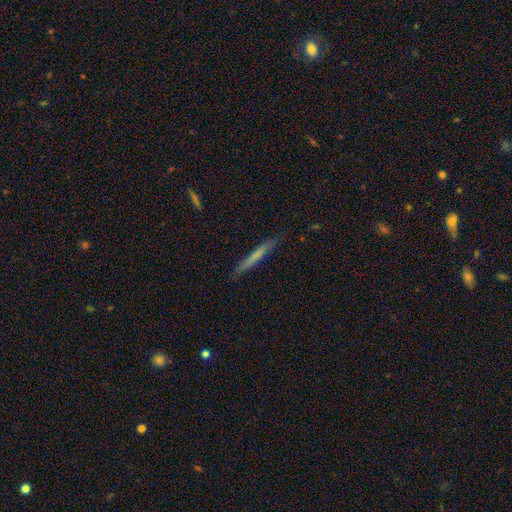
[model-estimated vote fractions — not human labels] Smooth or featured: smooth — 59% (featured or disk — 35%)
How rounded: cigar-shaped — 96% (in between — 2%)
Merging: none — 88% (minor disturbance — 9%)